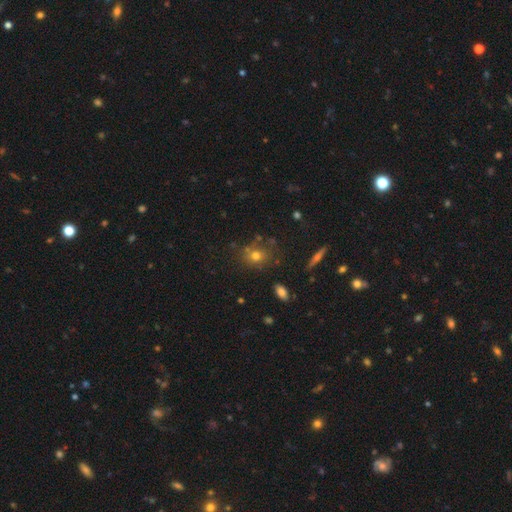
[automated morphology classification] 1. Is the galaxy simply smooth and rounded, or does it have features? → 68% smooth, 16% star or artifact, 16% featured or disk.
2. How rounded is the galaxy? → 66% round, 33% in between, 2% cigar-shaped.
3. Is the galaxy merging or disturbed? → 71% none, 16% minor disturbance, 7% merger, 5% major disturbance.